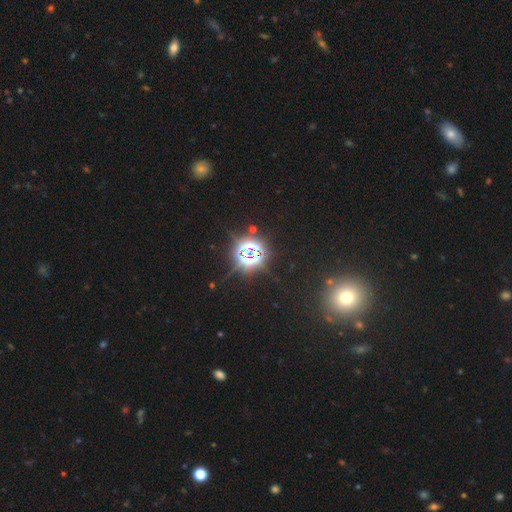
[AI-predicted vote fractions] This is clearly a star or artifact rather than a galaxy (81%).